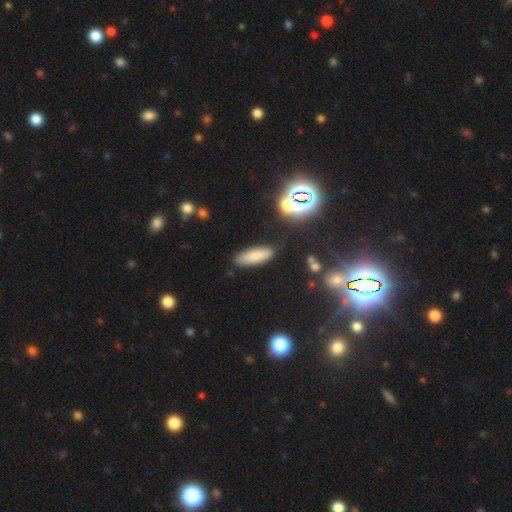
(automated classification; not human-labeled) A smooth galaxy with no disk features (82%) that is in between round and cigar-shaped (56%).

Vote fractions:
- Smooth or featured? smooth: 82% / star or artifact: 10% / featured or disk: 9%
- How rounded? in between: 56% / cigar-shaped: 41% / round: 2%
- Merging? none: 86% / minor disturbance: 10% / major disturbance: 3% / merger: 2%